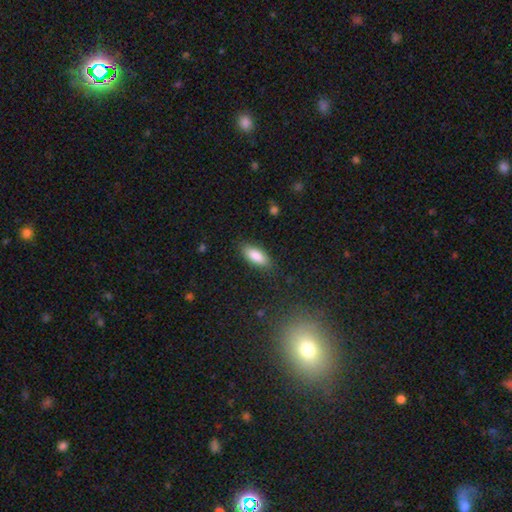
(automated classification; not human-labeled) smooth 87%, featured or disk 7%, star or artifact 6%. Down the decision tree: how rounded — in between (81%); merging — none (84%).